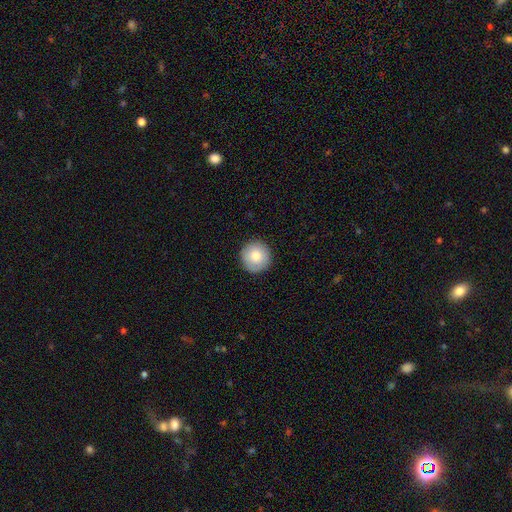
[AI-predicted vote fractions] smooth 79%, featured or disk 13%, star or artifact 8%. Down the decision tree: how rounded — round (96%); merging — none (91%).